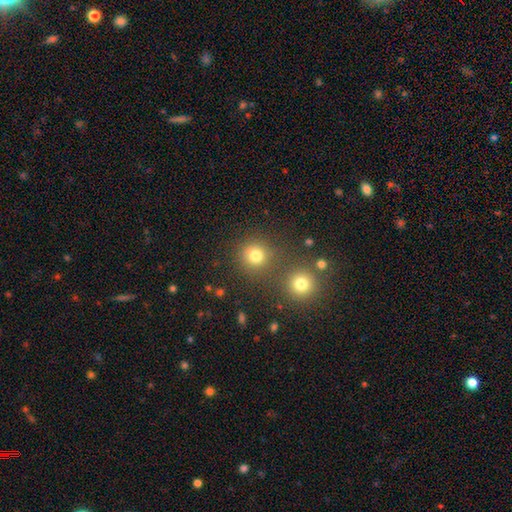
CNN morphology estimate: A smooth galaxy with no disk features (78%) that is round (91%).

Vote fractions:
- Smooth or featured? smooth: 78% / star or artifact: 16% / featured or disk: 6%
- How rounded? round: 91% / in between: 8% / cigar-shaped: 1%
- Merging? none: 75% / merger: 14% / minor disturbance: 7% / major disturbance: 4%